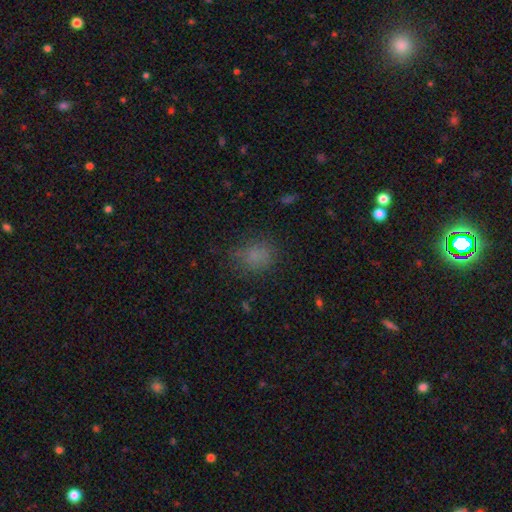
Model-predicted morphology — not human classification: smooth-or-featured: smooth: 76% | star or artifact: 17% | featured or disk: 7%
  how-rounded: round: 54% | in between: 44% | cigar-shaped: 1%
  merging: none: 73% | minor disturbance: 18% | major disturbance: 7% | merger: 2%